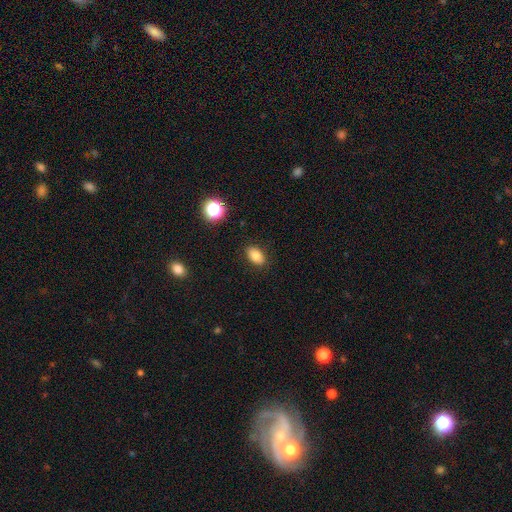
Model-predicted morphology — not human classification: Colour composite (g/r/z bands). It shows a smooth galaxy with no disk features (82%) that is in between round and cigar-shaped (88%). Merging: none (88%).